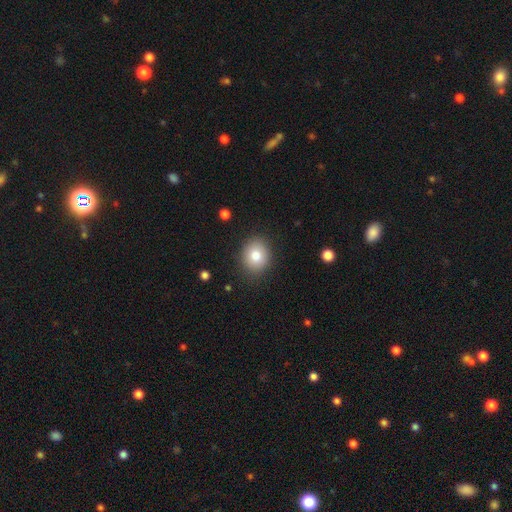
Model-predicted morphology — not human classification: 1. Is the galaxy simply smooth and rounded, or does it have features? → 81% smooth, 10% featured or disk, 9% star or artifact.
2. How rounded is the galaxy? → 63% round, 36% in between, 1% cigar-shaped.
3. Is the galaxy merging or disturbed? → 87% none, 9% minor disturbance, 3% major disturbance, 1% merger.